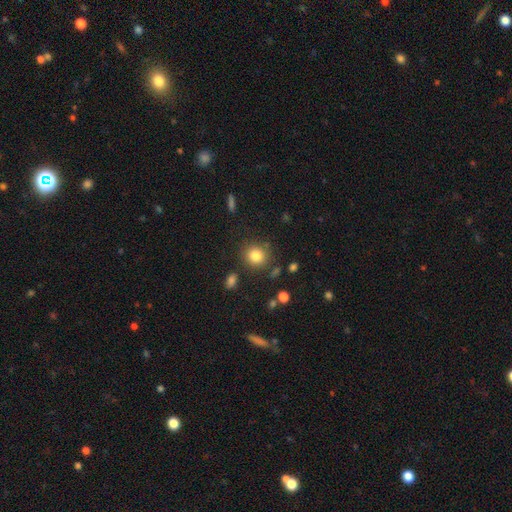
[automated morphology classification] A smooth galaxy with no disk features (83%) that is round (87%).

Vote fractions:
- Smooth or featured? smooth: 83% / star or artifact: 11% / featured or disk: 6%
- How rounded? round: 87% / in between: 12% / cigar-shaped: 1%
- Merging? none: 83% / minor disturbance: 9% / merger: 4% / major disturbance: 3%